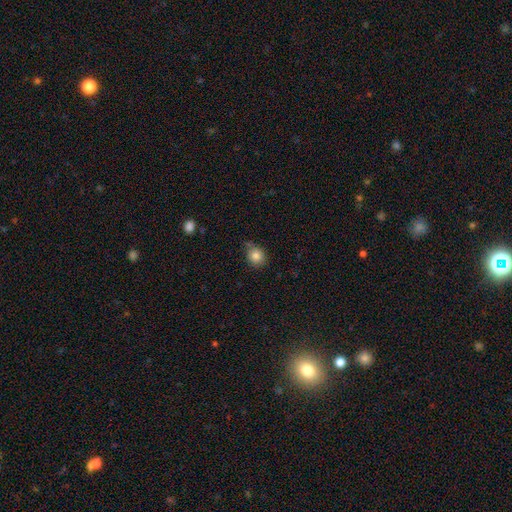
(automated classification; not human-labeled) Smooth or featured?
  - smooth: 84% *
  - star or artifact: 10%
  - featured or disk: 6%
How rounded?
  - round: 76% *
  - in between: 23%
  - cigar-shaped: 1%
Merging?
  - none: 68% *
  - minor disturbance: 24%
  - major disturbance: 4%
  - merger: 4%